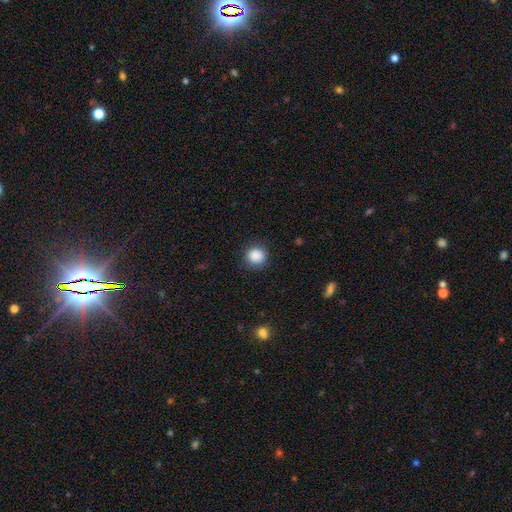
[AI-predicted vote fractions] Smooth or featured? Predicted: smooth (p=0.88). How rounded? Predicted: round (p=0.90). Merging? Predicted: none (p=0.86).